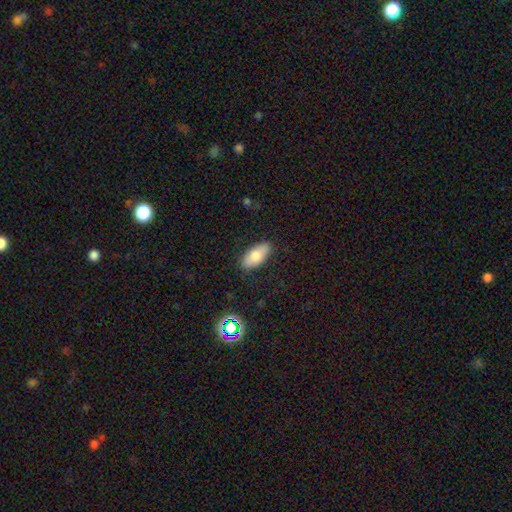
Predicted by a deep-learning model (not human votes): The model was most divided on "smooth or featured": smooth: 76%, featured or disk: 17%, star or artifact: 7%. More confident: how rounded — in between (90%); merging — none (85%).